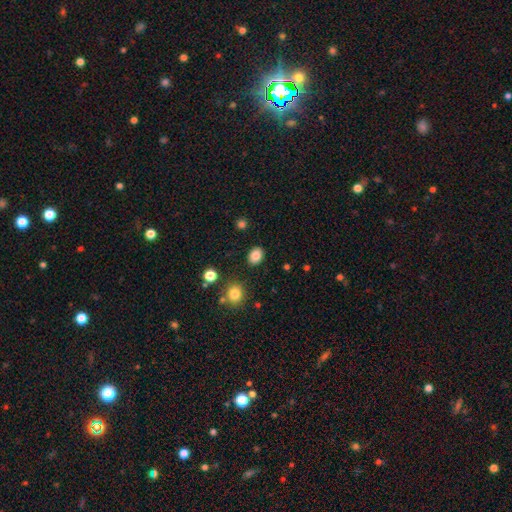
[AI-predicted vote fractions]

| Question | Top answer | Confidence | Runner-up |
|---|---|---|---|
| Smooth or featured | smooth | 84% | star or artifact (10%) |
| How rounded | in between | 58% | round (41%) |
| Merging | none | 87% | minor disturbance (9%) |